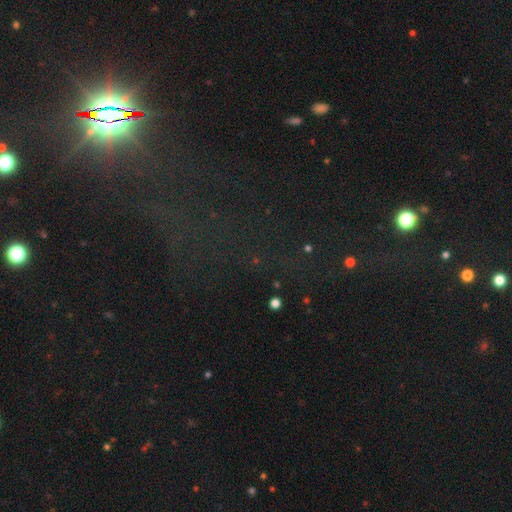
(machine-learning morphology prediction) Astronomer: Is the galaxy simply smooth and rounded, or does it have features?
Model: star or artifact — 77%.